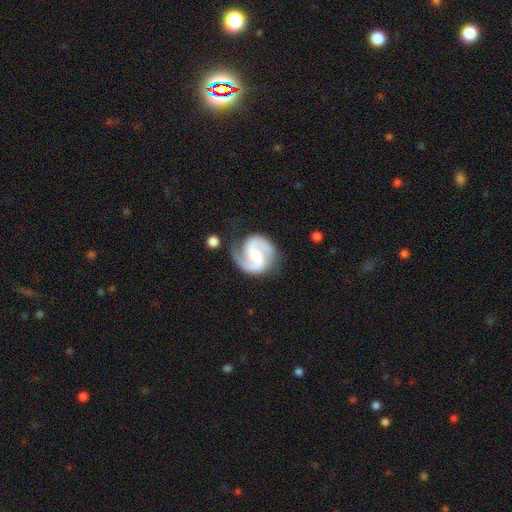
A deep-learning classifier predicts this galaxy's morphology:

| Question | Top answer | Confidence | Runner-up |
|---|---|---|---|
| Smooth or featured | featured or disk | 91% | smooth (5%) |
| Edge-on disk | no | 98% | yes (2%) |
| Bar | weak | 45% | no (35%) |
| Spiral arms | yes | 98% | no (2%) |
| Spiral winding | medium | 56% | tight (32%) |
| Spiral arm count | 2 | 93% | can't tell (2%) |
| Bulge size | moderate | 48% | small (36%) |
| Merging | none | 76% | minor disturbance (15%) |